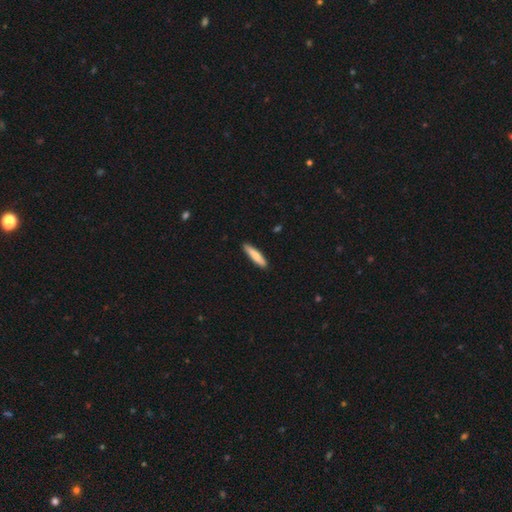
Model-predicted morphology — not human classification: Overall: smooth (78%). How rounded: cigar-shaped (83%). Merging: none (87%).